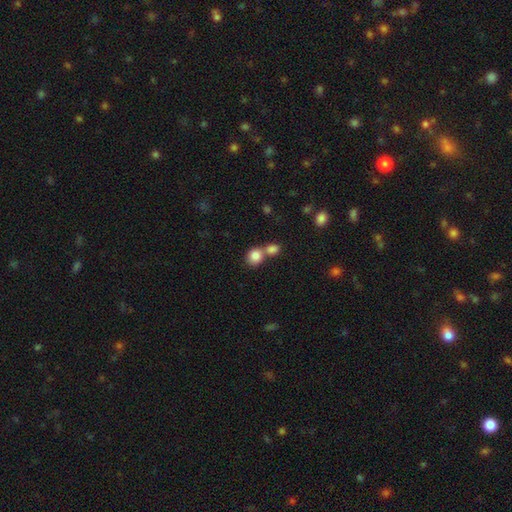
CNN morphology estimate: Smooth or featured?
  - smooth: 85% *
  - star or artifact: 9%
  - featured or disk: 7%
How rounded?
  - round: 76% *
  - in between: 23%
  - cigar-shaped: 1%
Merging?
  - merger: 53% *
  - none: 37%
  - minor disturbance: 7%
  - major disturbance: 3%